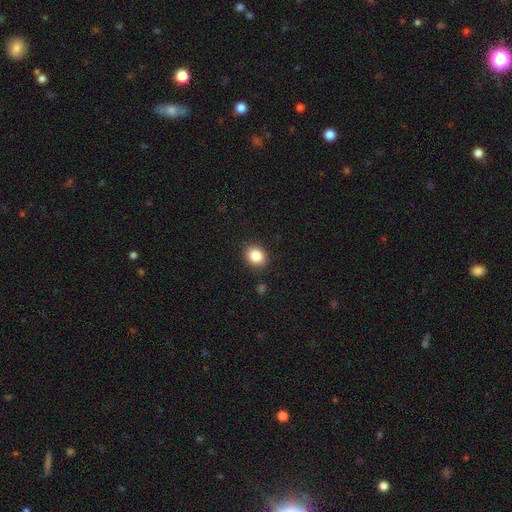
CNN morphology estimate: Overall: smooth (85%). How rounded: round (58%; in between 41%). Merging: none (88%).